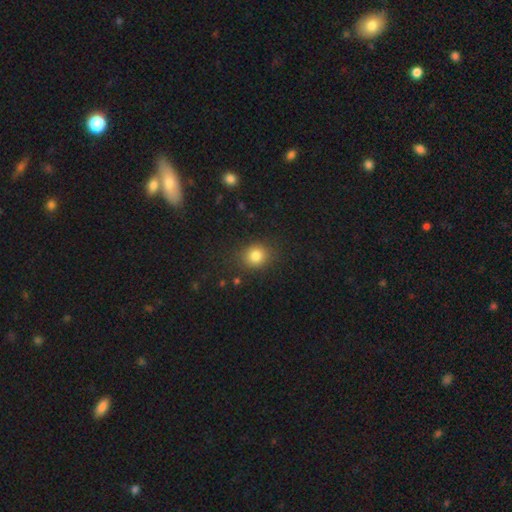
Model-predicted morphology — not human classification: Q: Smooth or featured?
A: smooth (82%); runner-up: star or artifact (12%)
Q: How rounded?
A: round (77%); runner-up: in between (22%)
Q: Merging?
A: none (85%); runner-up: minor disturbance (10%)